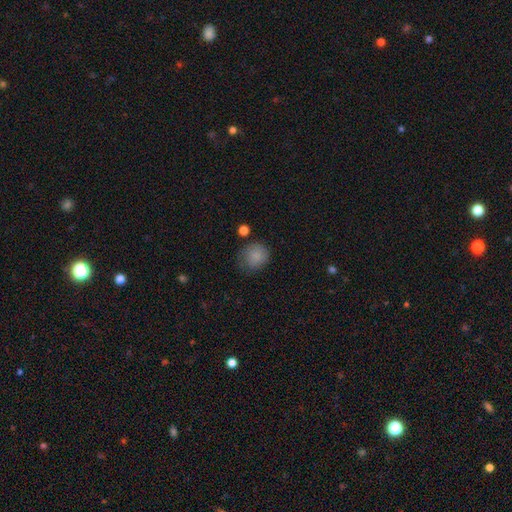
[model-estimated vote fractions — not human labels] Q: Smooth or featured?
A: smooth (84%); runner-up: star or artifact (9%)
Q: How rounded?
A: round (79%); runner-up: in between (20%)
Q: Merging?
A: none (60%); runner-up: minor disturbance (27%)